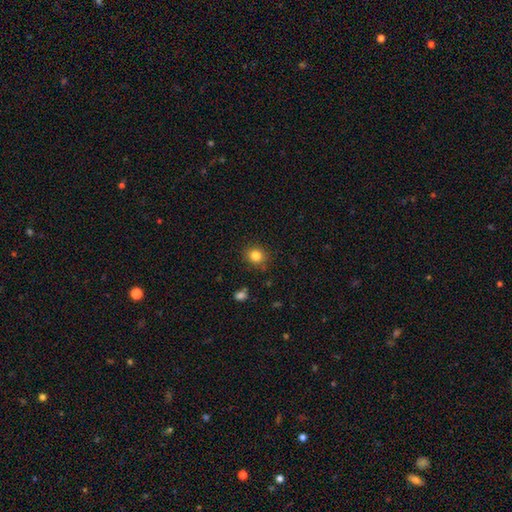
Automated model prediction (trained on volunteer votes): This appears to be a smooth galaxy with no disk features (83%) that is round (79%). Merging: none (86%).